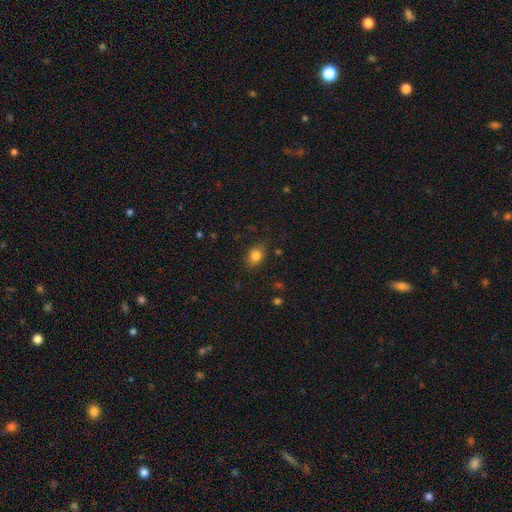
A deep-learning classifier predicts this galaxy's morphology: Smooth or featured?
  - smooth: 81% *
  - star or artifact: 10%
  - featured or disk: 8%
How rounded?
  - in between: 65% *
  - round: 33%
  - cigar-shaped: 2%
Merging?
  - none: 81% *
  - minor disturbance: 14%
  - major disturbance: 3%
  - merger: 1%